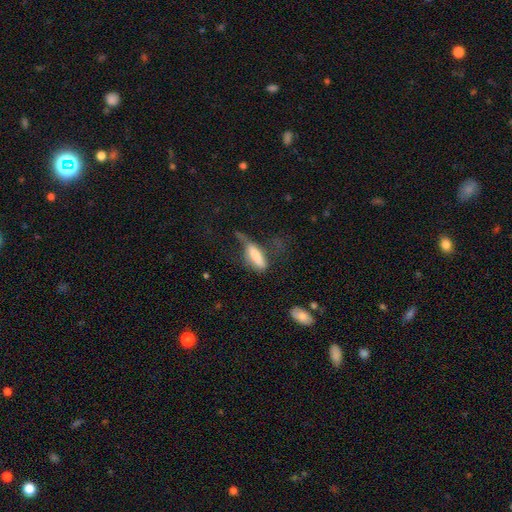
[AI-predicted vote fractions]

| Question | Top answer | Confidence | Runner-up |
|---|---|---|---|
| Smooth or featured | smooth | 69% | featured or disk (24%) |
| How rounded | cigar-shaped | 54% | in between (44%) |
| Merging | major disturbance | 41% | minor disturbance (28%) |